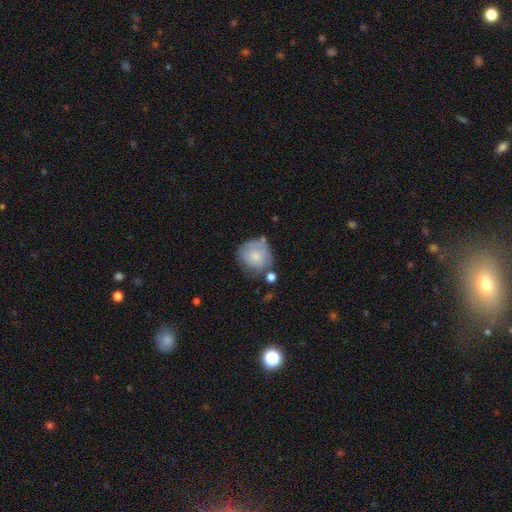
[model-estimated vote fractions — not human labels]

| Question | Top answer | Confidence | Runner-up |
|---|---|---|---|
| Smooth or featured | smooth | 65% | featured or disk (28%) |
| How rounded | round | 85% | in between (14%) |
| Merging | none | 48% | minor disturbance (29%) |